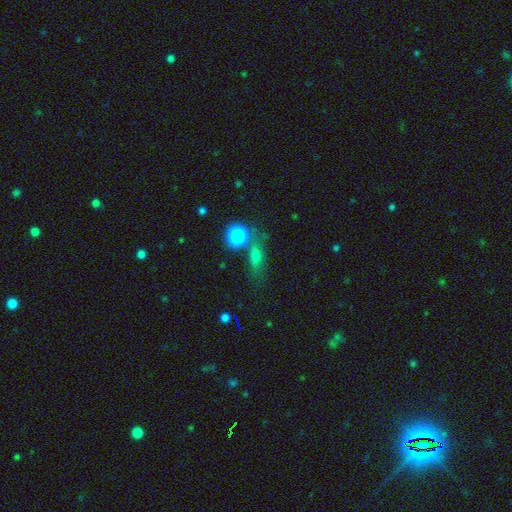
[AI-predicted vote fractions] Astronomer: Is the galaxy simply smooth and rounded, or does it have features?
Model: smooth — 65%.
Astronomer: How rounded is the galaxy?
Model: in between — 62%.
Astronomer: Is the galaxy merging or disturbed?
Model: none — 61%.